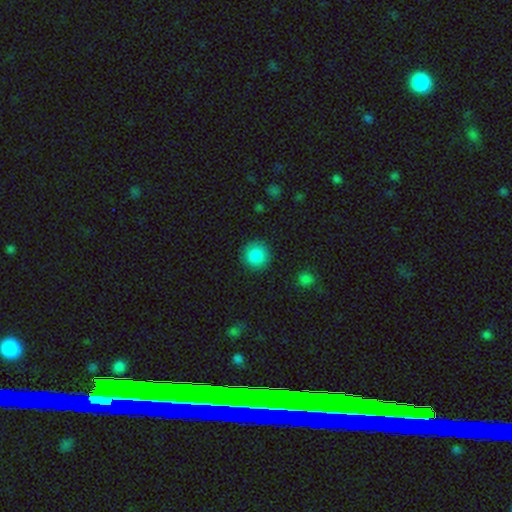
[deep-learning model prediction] smooth_or_featured: smooth (p=0.87) [alt: star or artifact p=0.09]
how_rounded: round (p=0.94) [alt: in between p=0.05]
merging: none (p=0.90) [alt: minor disturbance p=0.06]